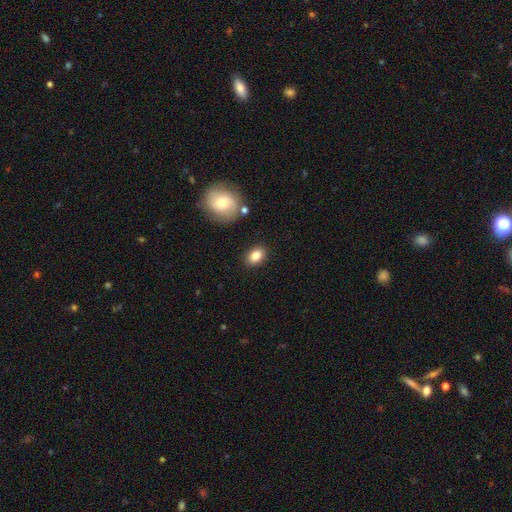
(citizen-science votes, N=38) Volunteers were most divided on "how rounded": in between: 84%, round: 16%, cigar-shaped: 0%. More confident: merging — none (92%); smooth or featured — smooth (84%).